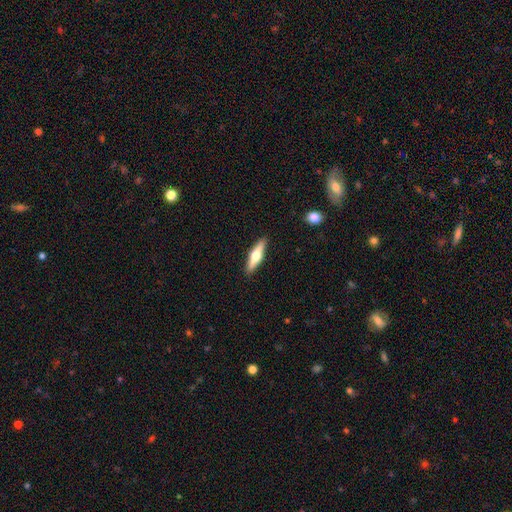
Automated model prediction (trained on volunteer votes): A featured or disk galaxy (56%) viewed edge-on (95%) with a rounded central bulge (95%).

Vote fractions:
- Smooth or featured? featured or disk: 56% / smooth: 39% / star or artifact: 5%
- Edge-on disk? yes: 95% / no: 5%
- Edge-on bulge? rounded: 95% / boxy: 3% / none: 2%
- Merging? none: 91% / minor disturbance: 7% / major disturbance: 2% / merger: 1%